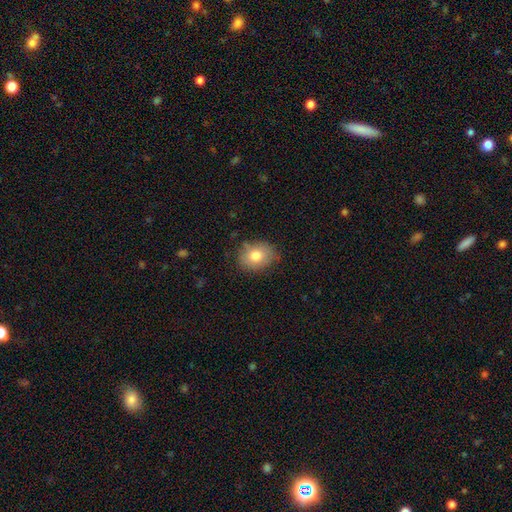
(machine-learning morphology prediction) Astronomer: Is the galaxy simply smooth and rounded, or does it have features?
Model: smooth — 78%.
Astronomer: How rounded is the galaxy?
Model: in between — 58% (runner-up: round, 41%).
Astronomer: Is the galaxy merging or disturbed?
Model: none — 77%.